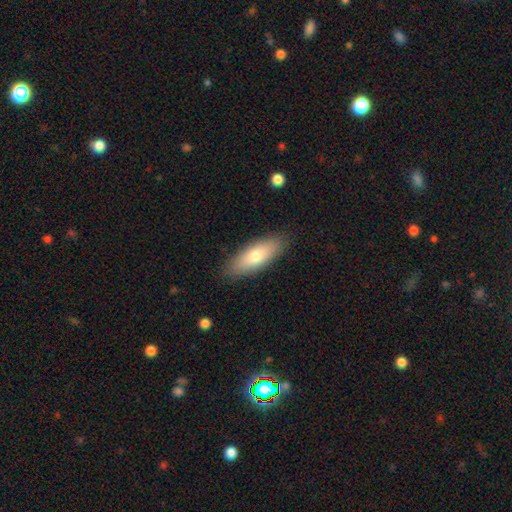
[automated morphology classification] Smooth or featured? smooth (71%)
How rounded? in between (63%)
Merging? none (88%)